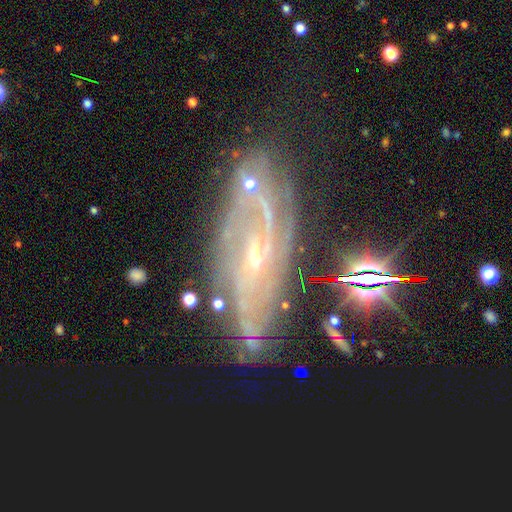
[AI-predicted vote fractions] featured or disk 84%, star or artifact 10%, smooth 6%. Down the decision tree: edge-on disk — no (88%); bar — no (51%); spiral arms — yes (96%); spiral arm count — can't tell (31%); spiral winding — tight (57%); bulge size — small (77%); merging — none (75%).